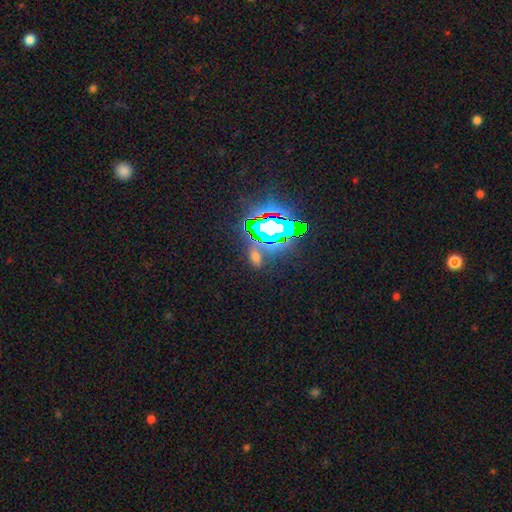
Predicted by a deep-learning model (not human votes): Q: Smooth or featured?
A: star or artifact (53%); runner-up: smooth (35%)